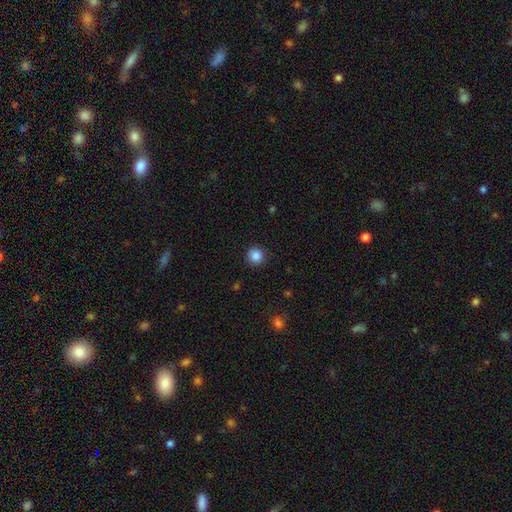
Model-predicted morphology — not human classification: Q: Smooth or featured?
A: smooth (86%); runner-up: star or artifact (10%)
Q: How rounded?
A: round (94%); runner-up: in between (5%)
Q: Merging?
A: none (90%); runner-up: minor disturbance (7%)